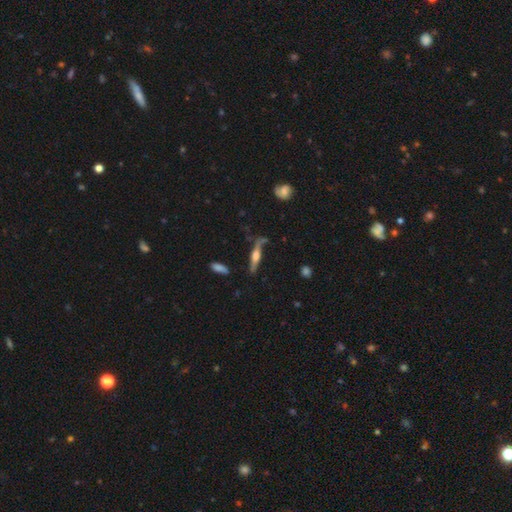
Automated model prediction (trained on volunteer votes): A featured or disk galaxy (64%) viewed edge-on (90%) with a rounded central bulge (81%).

Vote fractions:
- Smooth or featured? featured or disk: 64% / smooth: 29% / star or artifact: 7%
- Edge-on disk? yes: 90% / no: 10%
- Edge-on bulge? rounded: 81% / boxy: 14% / none: 5%
- Merging? none: 61% / minor disturbance: 23% / major disturbance: 11% / merger: 6%